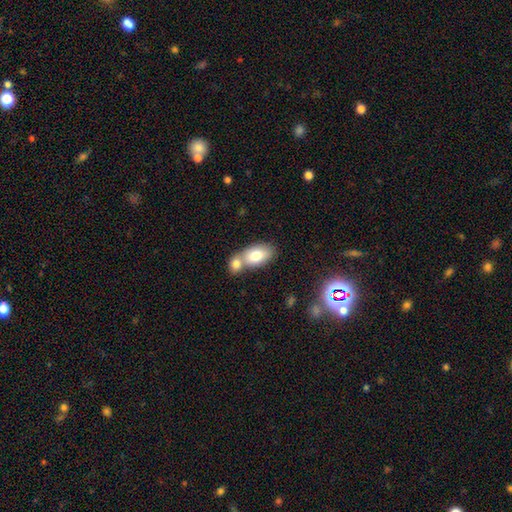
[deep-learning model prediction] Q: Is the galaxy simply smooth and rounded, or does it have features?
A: smooth — 78%.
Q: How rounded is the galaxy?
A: in between — 90%.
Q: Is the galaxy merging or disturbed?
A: merger — 52%.